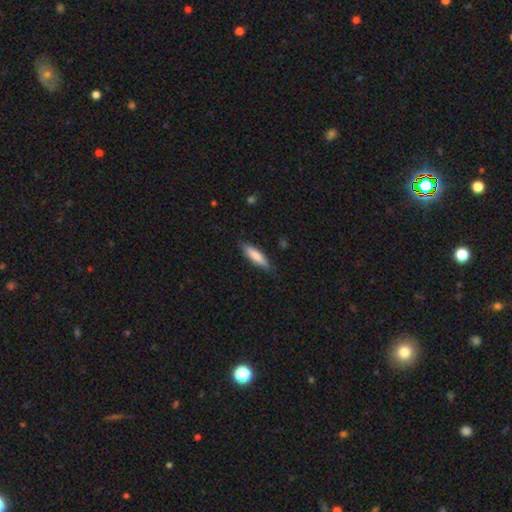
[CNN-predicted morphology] smooth_or_featured: smooth (p=0.80) [alt: featured or disk p=0.14]
how_rounded: cigar-shaped (p=0.69) [alt: in between p=0.30]
merging: none (p=0.83) [alt: minor disturbance p=0.14]